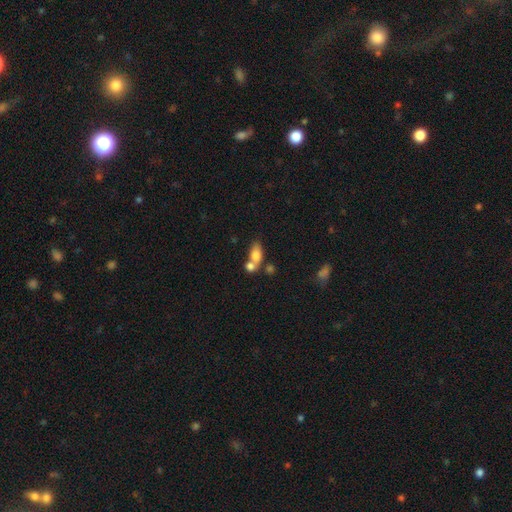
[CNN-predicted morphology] The model was most divided on "merging": merger: 54%, none: 31%, minor disturbance: 10%, major disturbance: 6%. More confident: how rounded — in between (76%); smooth or featured — smooth (75%).